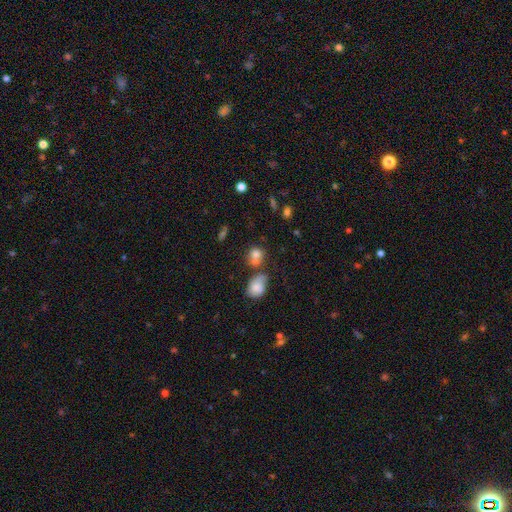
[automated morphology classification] Smooth or featured: smooth — 77% (star or artifact — 12%)
How rounded: round — 70% (in between — 28%)
Merging: none — 43% (merger — 35%)